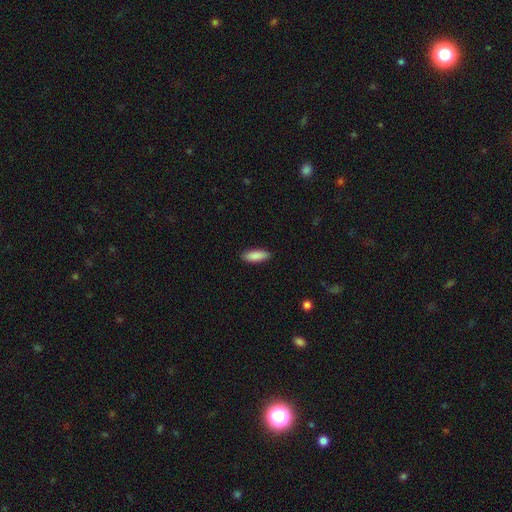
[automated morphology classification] Q: Smooth or featured?
A: smooth (89%); runner-up: star or artifact (6%)
Q: How rounded?
A: in between (63%); runner-up: cigar-shaped (35%)
Q: Merging?
A: none (88%); runner-up: minor disturbance (9%)